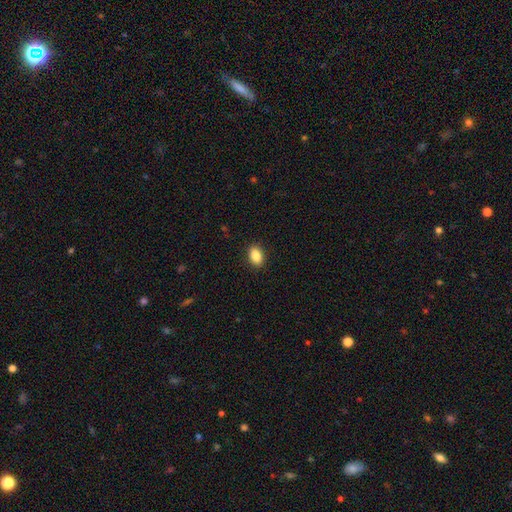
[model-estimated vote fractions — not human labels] Q: Smooth or featured?
A: smooth (87%); runner-up: star or artifact (8%)
Q: How rounded?
A: in between (86%); runner-up: round (12%)
Q: Merging?
A: none (90%); runner-up: minor disturbance (7%)